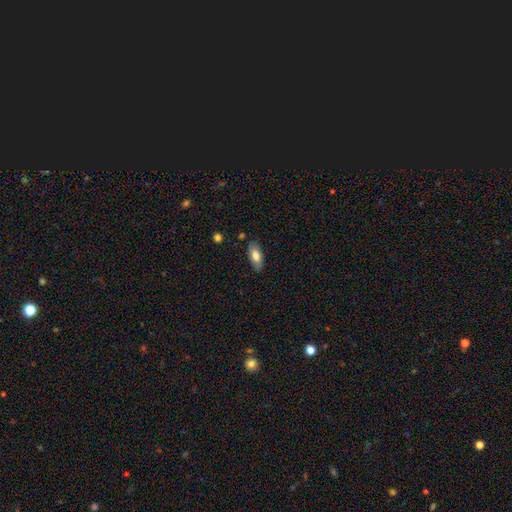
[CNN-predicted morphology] Smooth or featured? smooth (77%)
How rounded? in between (86%)
Merging? none (83%)